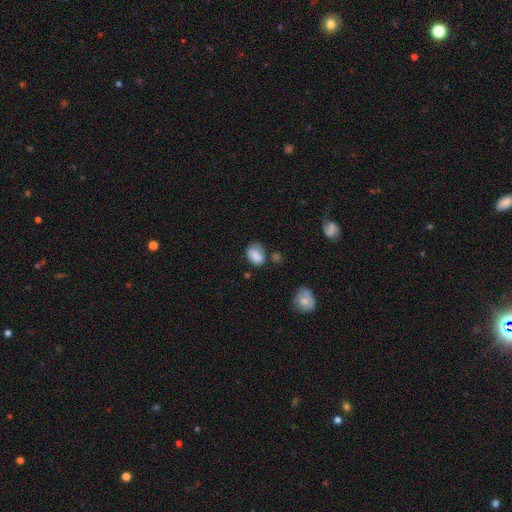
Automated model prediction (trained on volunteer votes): A smooth galaxy with no disk features (80%) that is in between round and cigar-shaped (74%).

Vote fractions:
- Smooth or featured? smooth: 80% / featured or disk: 10% / star or artifact: 9%
- How rounded? in between: 74% / round: 24% / cigar-shaped: 1%
- Merging? none: 51% / minor disturbance: 30% / major disturbance: 11% / merger: 7%